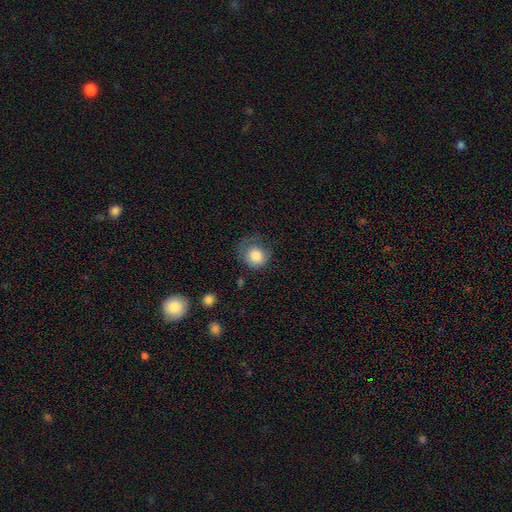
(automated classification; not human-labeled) Smooth or featured: smooth — 80% (featured or disk — 13%)
How rounded: round — 77% (in between — 22%)
Merging: none — 44% (minor disturbance — 30%)